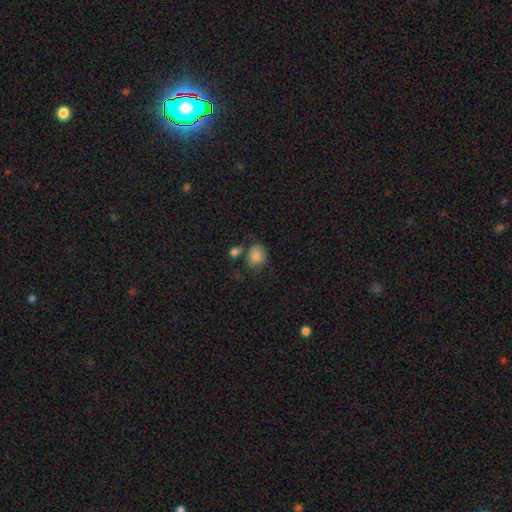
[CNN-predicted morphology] smooth_or_featured: smooth (p=0.84) [alt: star or artifact p=0.10]
how_rounded: round (p=0.57) [alt: in between p=0.42]
merging: none (p=0.54) [alt: minor disturbance p=0.21]